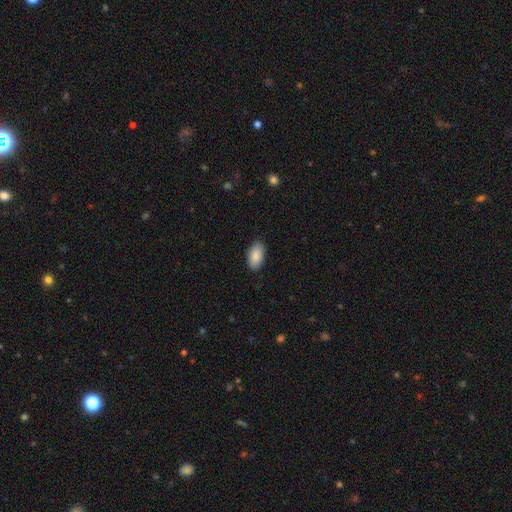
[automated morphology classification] This appears to be a smooth galaxy with no disk features (89%) that is in between round and cigar-shaped (95%). Merging: none (88%).